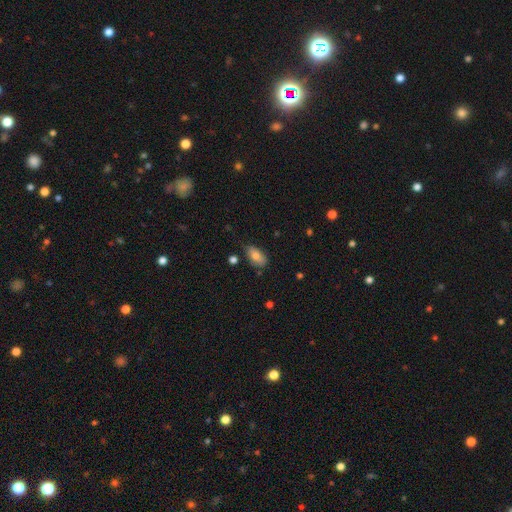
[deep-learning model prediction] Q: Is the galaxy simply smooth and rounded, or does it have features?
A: smooth — 78%.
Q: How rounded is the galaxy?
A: in between — 91%.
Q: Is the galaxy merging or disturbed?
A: none — 66%.